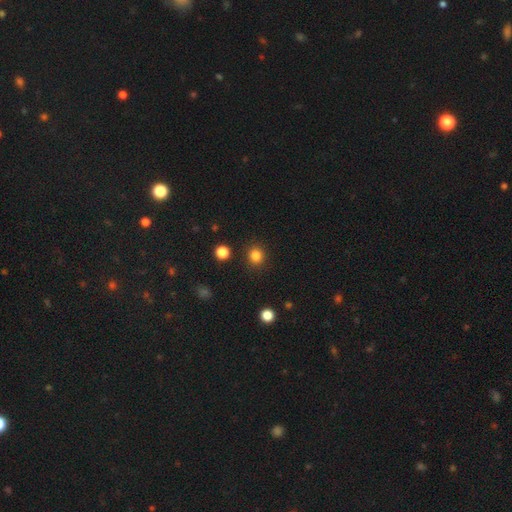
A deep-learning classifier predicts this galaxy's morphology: Q: Smooth or featured?
A: smooth (84%); runner-up: star or artifact (12%)
Q: How rounded?
A: round (87%); runner-up: in between (12%)
Q: Merging?
A: none (90%); runner-up: minor disturbance (6%)